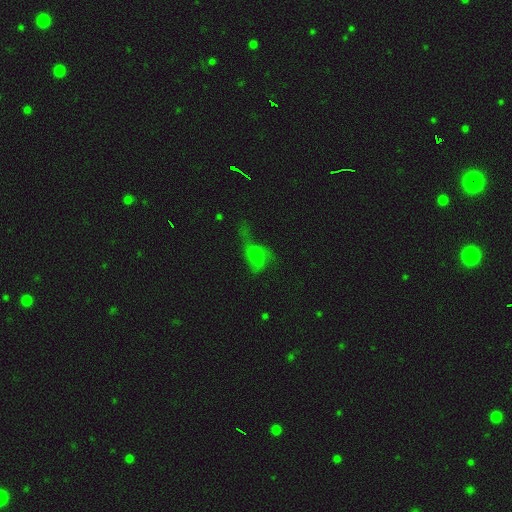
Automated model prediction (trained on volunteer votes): This appears to be a smooth galaxy with no disk features (48%). Merging: major disturbance (51%).